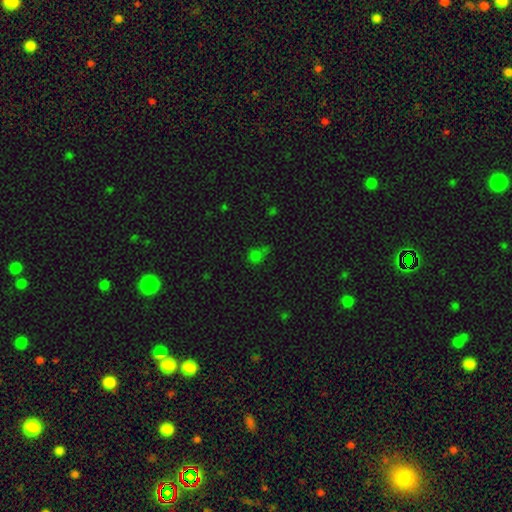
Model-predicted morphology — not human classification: smooth-or-featured: smooth: 61% | star or artifact: 32% | featured or disk: 7%
  how-rounded: round: 76% | in between: 23% | cigar-shaped: 2%
  merging: none: 53% | minor disturbance: 21% | merger: 15% | major disturbance: 11%